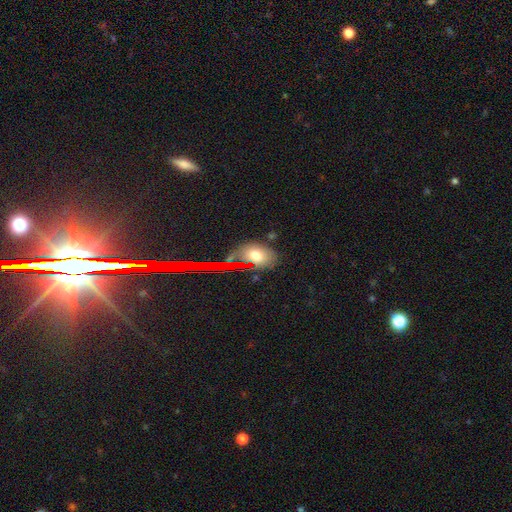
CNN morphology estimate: smooth_or_featured: smooth (p=0.70) [alt: star or artifact p=0.16]
how_rounded: in between (p=0.82) [alt: round p=0.15]
merging: none (p=0.74) [alt: minor disturbance p=0.15]